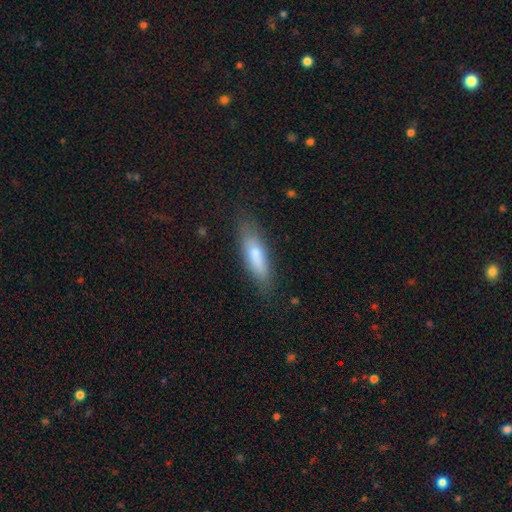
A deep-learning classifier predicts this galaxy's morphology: A smooth galaxy with no disk features (76%) that is cigar-shaped (50%).

Vote fractions:
- Smooth or featured? smooth: 76% / featured or disk: 18% / star or artifact: 6%
- How rounded? cigar-shaped: 50% / in between: 48% / round: 2%
- Merging? none: 79% / minor disturbance: 16% / major disturbance: 4% / merger: 1%